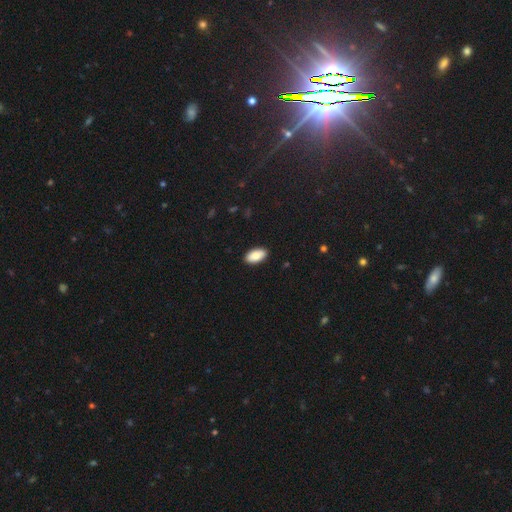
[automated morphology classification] Overall: smooth (84%). How rounded: in between (94%). Merging: none (90%).